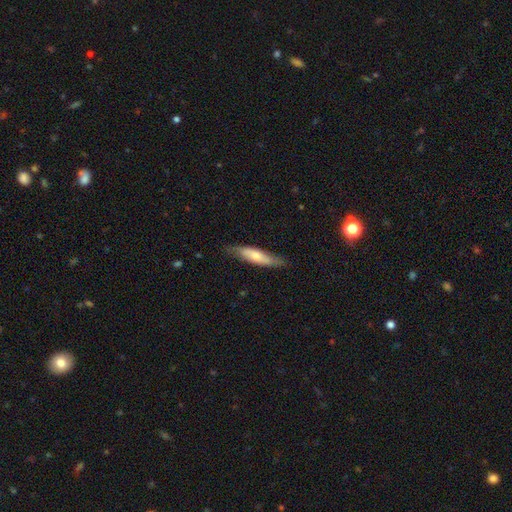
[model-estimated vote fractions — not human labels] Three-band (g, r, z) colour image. It shows a smooth galaxy with no disk features (63%) that is cigar-shaped (72%). Merging: none (77%).